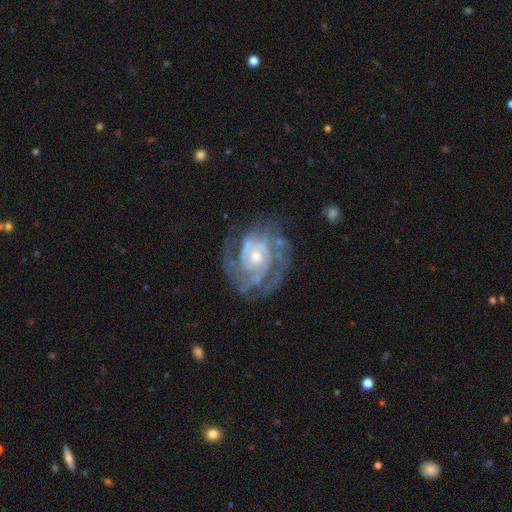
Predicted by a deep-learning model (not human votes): This appears to be a featured or disk galaxy (90%) with no bar (73%), 3 (27%) tight (66%) spiral arms (96%) and a small central bulge (51%). Merging: none (69%).